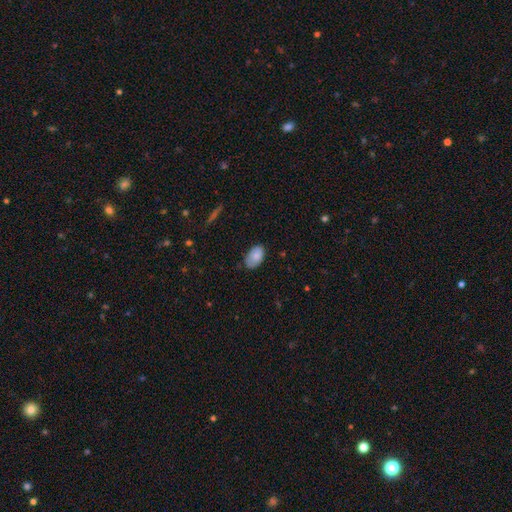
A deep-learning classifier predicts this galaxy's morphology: Q: Smooth or featured?
A: smooth (82%); runner-up: featured or disk (11%)
Q: How rounded?
A: in between (93%); runner-up: round (6%)
Q: Merging?
A: none (72%); runner-up: minor disturbance (22%)